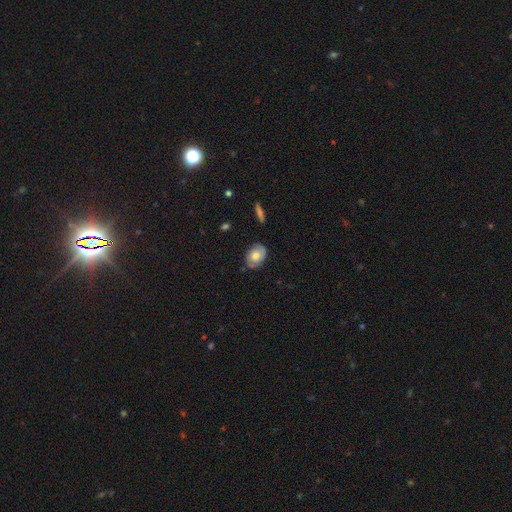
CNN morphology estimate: This is possibly a smooth galaxy (55%). How rounded: likely in between (67%). Merging: likely none (74%).